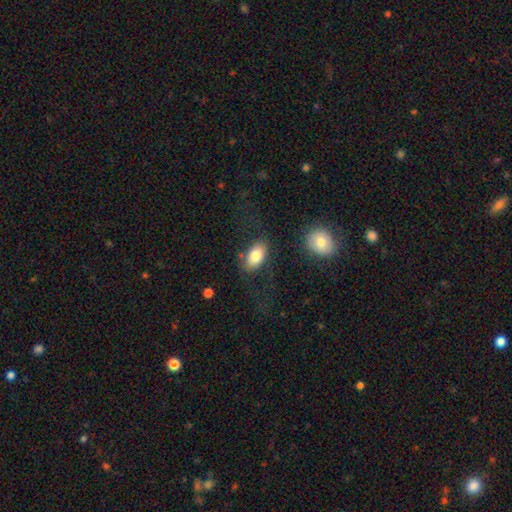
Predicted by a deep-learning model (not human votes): Overall: smooth (80%). How rounded: in between (92%). Merging: none (76%).